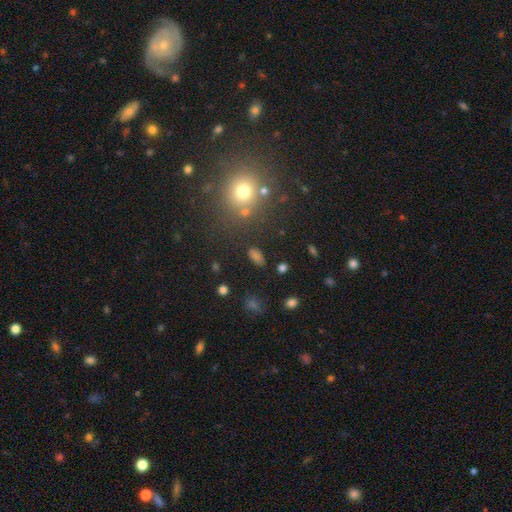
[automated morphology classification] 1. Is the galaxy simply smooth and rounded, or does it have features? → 58% smooth, 32% star or artifact, 10% featured or disk.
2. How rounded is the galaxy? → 60% in between, 34% round, 6% cigar-shaped.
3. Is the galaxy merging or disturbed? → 82% none, 9% minor disturbance, 4% merger, 4% major disturbance.